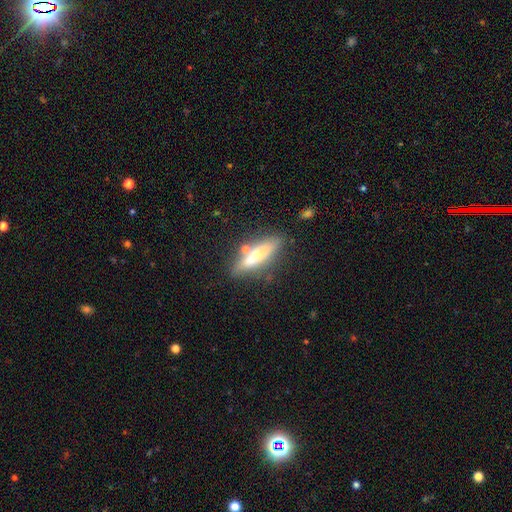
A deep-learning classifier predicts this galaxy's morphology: A smooth galaxy with no disk features (52%) that is cigar-shaped (73%).

Vote fractions:
- Smooth or featured? smooth: 52% / featured or disk: 40% / star or artifact: 9%
- How rounded? cigar-shaped: 73% / in between: 25% / round: 2%
- Merging? none: 70% / minor disturbance: 15% / merger: 10% / major disturbance: 5%